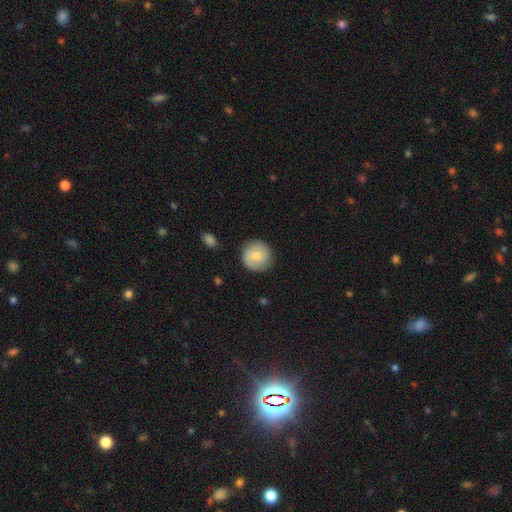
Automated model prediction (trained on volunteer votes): Overall: smooth (70%). How rounded: round (94%). Merging: none (86%).